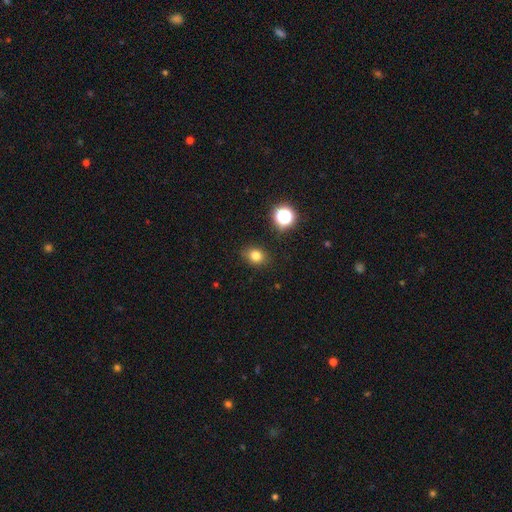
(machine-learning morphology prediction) The model was most divided on "how rounded": round: 50%, in between: 49%, cigar-shaped: 1%. More confident: merging — none (85%); smooth or featured — smooth (79%).